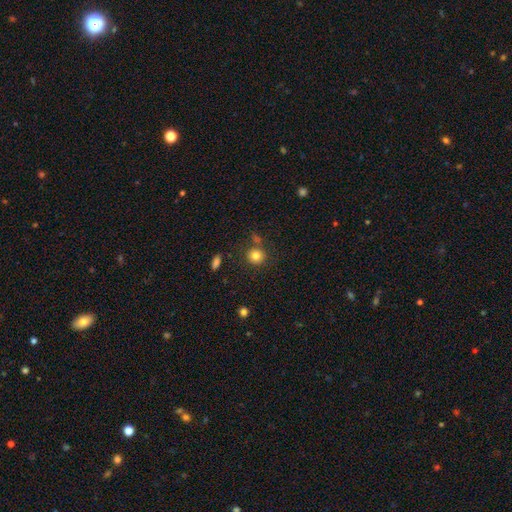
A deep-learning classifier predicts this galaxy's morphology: The model was most divided on "merging": none: 76%, minor disturbance: 10%, merger: 10%, major disturbance: 4%. More confident: how rounded — round (89%); smooth or featured — smooth (81%).